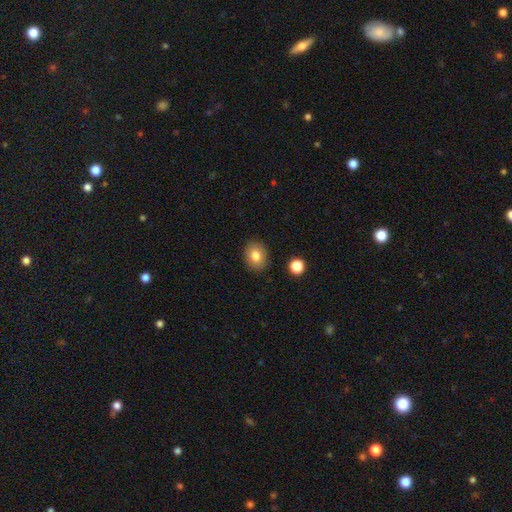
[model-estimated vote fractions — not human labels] Smooth or featured?
  - smooth: 82% *
  - star or artifact: 9%
  - featured or disk: 9%
How rounded?
  - round: 52% *
  - in between: 47%
  - cigar-shaped: 1%
Merging?
  - none: 88% *
  - minor disturbance: 8%
  - major disturbance: 2%
  - merger: 2%